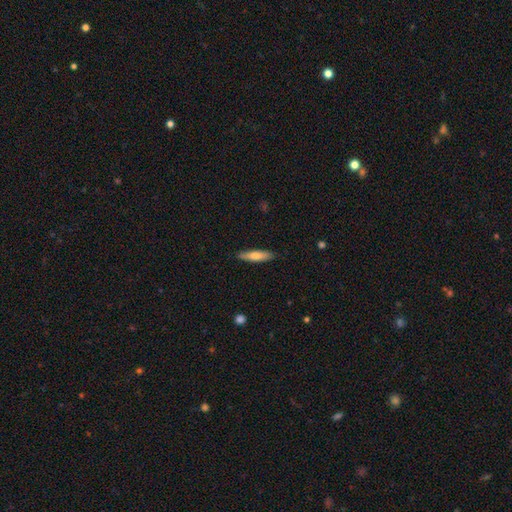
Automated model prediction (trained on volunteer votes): This appears to be a smooth galaxy with no disk features (71%) that is cigar-shaped (79%). Merging: none (87%).